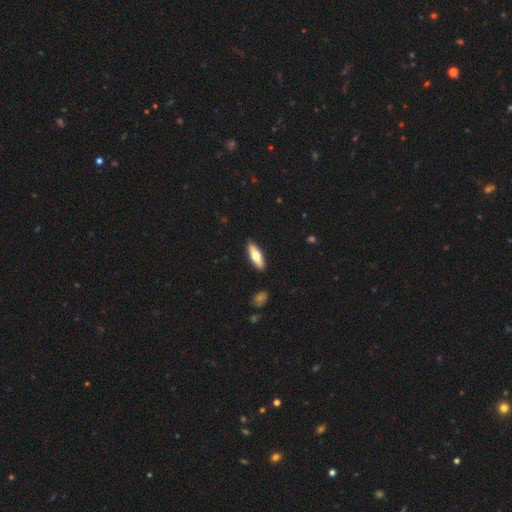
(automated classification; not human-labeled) smooth-or-featured: smooth: 56% | featured or disk: 39% | star or artifact: 5%
  how-rounded: in between: 52% | cigar-shaped: 46% | round: 2%
  merging: none: 90% | minor disturbance: 7% | major disturbance: 2% | merger: 1%